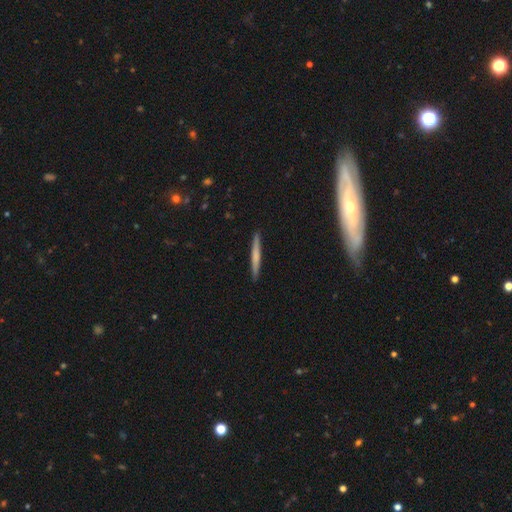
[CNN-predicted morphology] smooth-or-featured: smooth: 58% | featured or disk: 36% | star or artifact: 6%
  how-rounded: cigar-shaped: 96% | in between: 2% | round: 1%
  merging: none: 91% | minor disturbance: 6% | major disturbance: 1% | merger: 1%